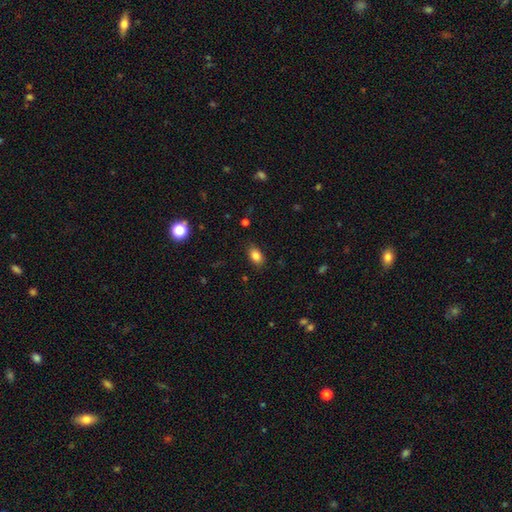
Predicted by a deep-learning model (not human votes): smooth_or_featured: smooth (p=0.85) [alt: star or artifact p=0.10]
how_rounded: in between (p=0.84) [alt: round p=0.14]
merging: none (p=0.85) [alt: minor disturbance p=0.11]